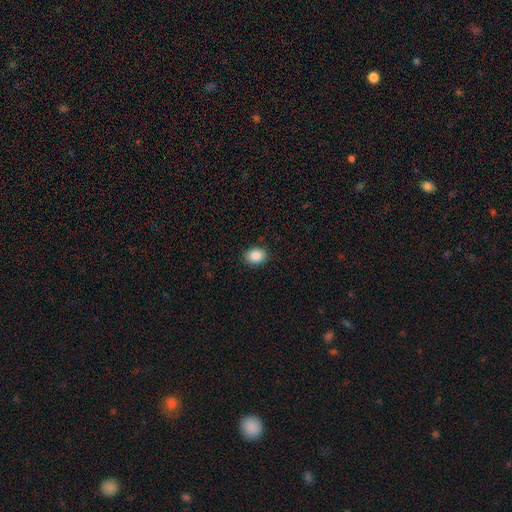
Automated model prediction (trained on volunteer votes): This is clearly a smooth galaxy (88%). How rounded: possibly in between (58%). Merging: clearly none (89%).